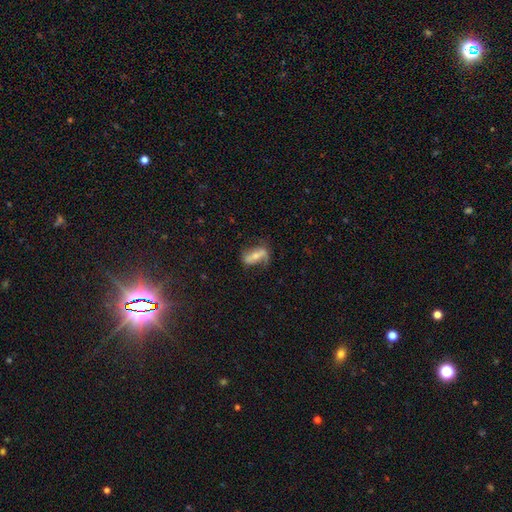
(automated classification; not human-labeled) Smooth or featured: featured or disk — 65% (smooth — 27%)
Edge-on disk: no — 86% (yes — 14%)
Bar: strong — 57% (weak — 23%)
Spiral arms: yes — 77% (no — 23%)
Bulge size: moderate — 48% (small — 43%)
Merging: none — 59% (minor disturbance — 22%)